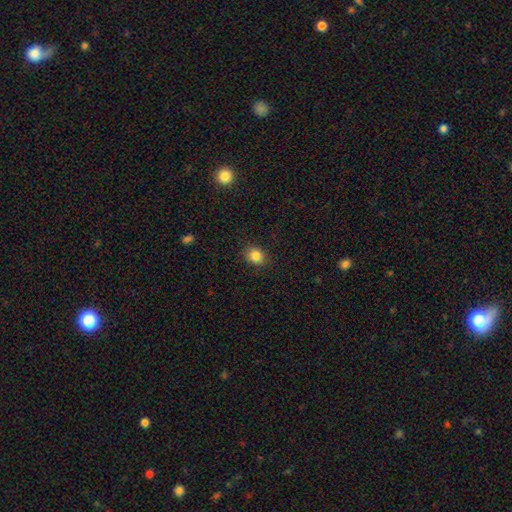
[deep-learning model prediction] smooth_or_featured: smooth (p=0.84) [alt: star or artifact p=0.10]
how_rounded: round (p=0.62) [alt: in between p=0.37]
merging: none (p=0.87) [alt: minor disturbance p=0.09]